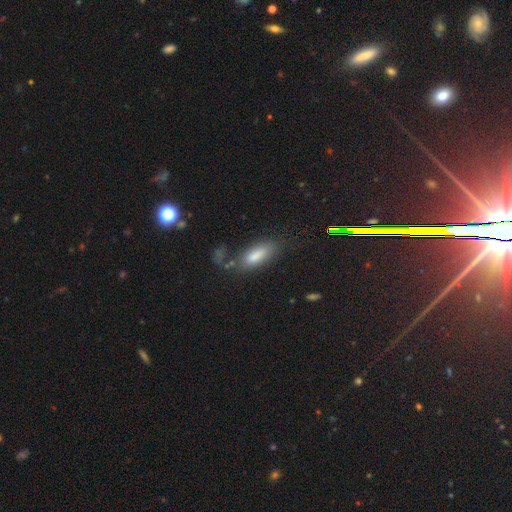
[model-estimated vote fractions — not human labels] Smooth or featured? smooth (81%)
How rounded? in between (74%)
Merging? none (63%)